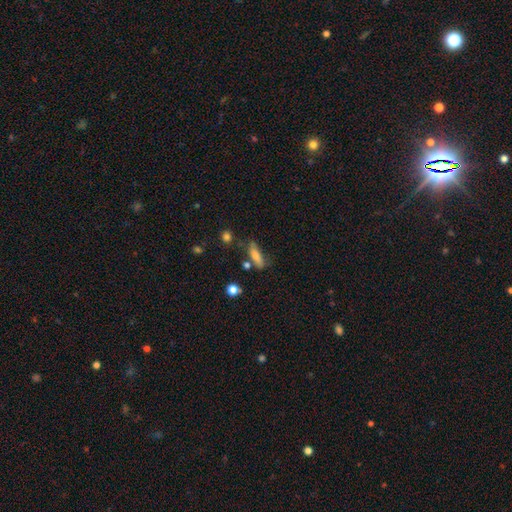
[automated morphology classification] A smooth galaxy with no disk features (70%) that is cigar-shaped (54%). Merging: none (62%).